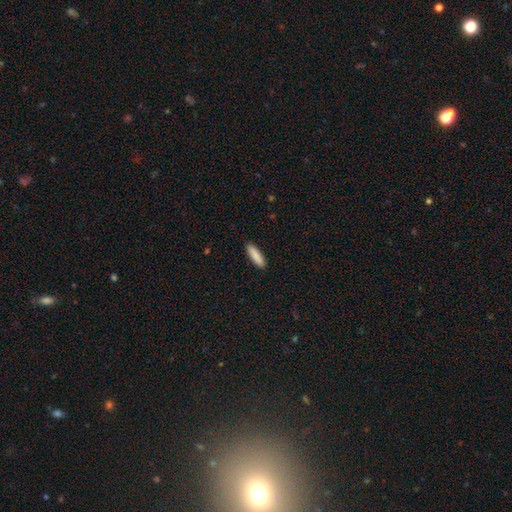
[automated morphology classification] smooth_or_featured: smooth (p=0.88) [alt: featured or disk p=0.06]
how_rounded: cigar-shaped (p=0.67) [alt: in between p=0.31]
merging: none (p=0.91) [alt: minor disturbance p=0.07]